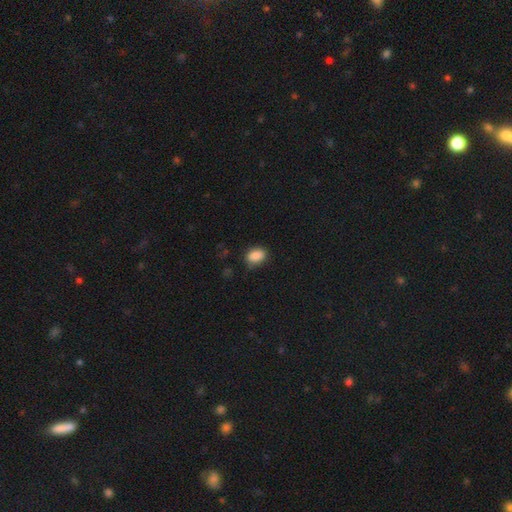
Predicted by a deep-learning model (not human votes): smooth-or-featured: smooth: 88% | star or artifact: 8% | featured or disk: 4%
  how-rounded: in between: 80% | round: 19% | cigar-shaped: 1%
  merging: none: 79% | minor disturbance: 17% | major disturbance: 3% | merger: 1%